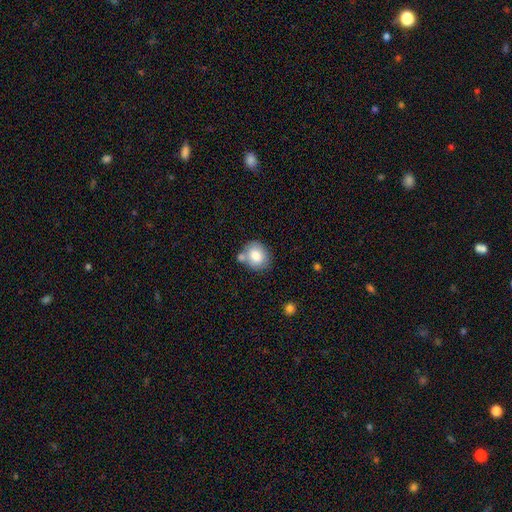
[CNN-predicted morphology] smooth-or-featured: smooth: 78% | featured or disk: 14% | star or artifact: 8%
  how-rounded: round: 57% | in between: 42% | cigar-shaped: 1%
  merging: none: 58% | merger: 22% | minor disturbance: 16% | major disturbance: 4%